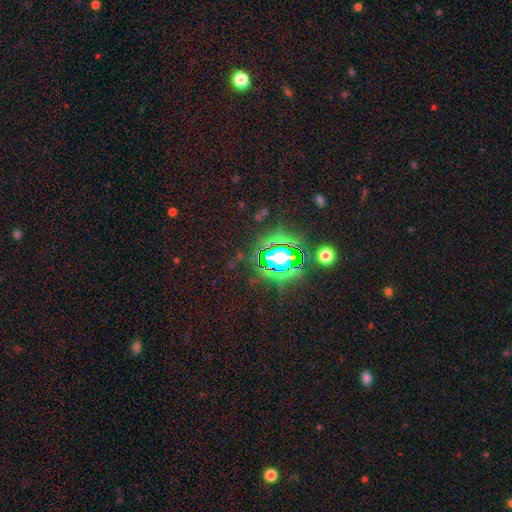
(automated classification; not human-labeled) Q: Smooth or featured?
A: star or artifact (75%); runner-up: smooth (16%)